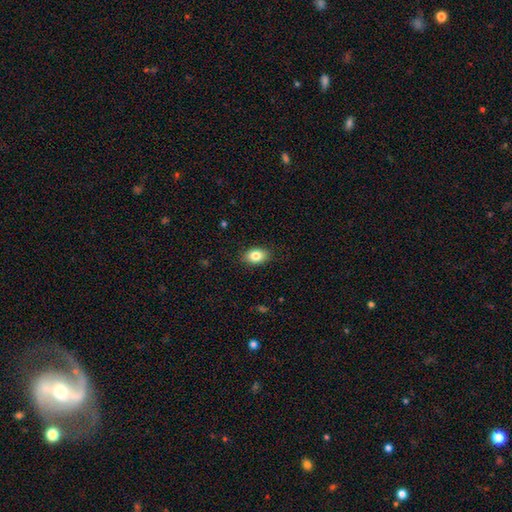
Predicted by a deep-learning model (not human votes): Smooth or featured?
  - smooth: 84% *
  - star or artifact: 8%
  - featured or disk: 8%
How rounded?
  - in between: 83% *
  - round: 15%
  - cigar-shaped: 1%
Merging?
  - none: 87% *
  - minor disturbance: 10%
  - major disturbance: 2%
  - merger: 1%